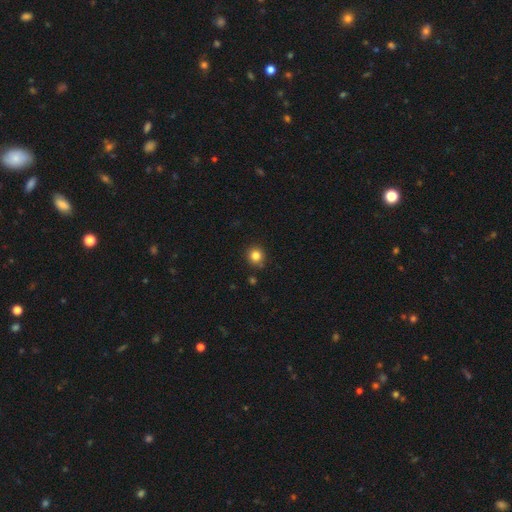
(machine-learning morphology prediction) Smooth or featured? smooth (83%)
How rounded? round (91%)
Merging? none (87%)